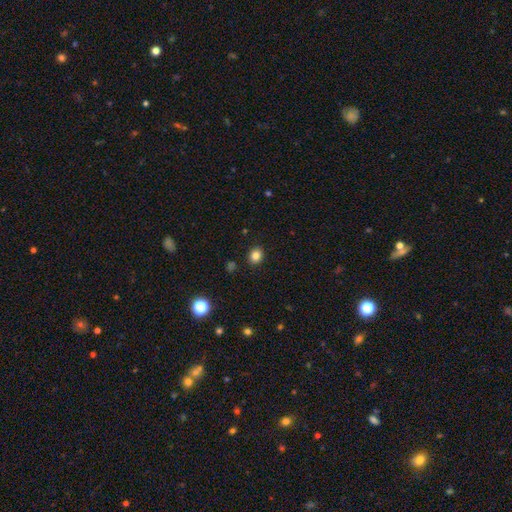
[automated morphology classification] Q: Smooth or featured?
A: smooth (82%); runner-up: star or artifact (12%)
Q: How rounded?
A: round (64%); runner-up: in between (35%)
Q: Merging?
A: none (89%); runner-up: minor disturbance (7%)